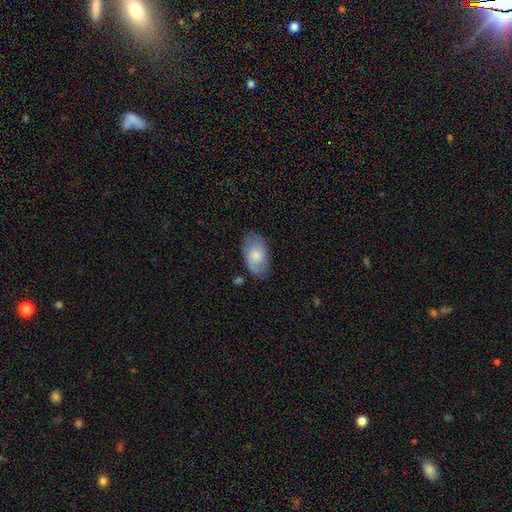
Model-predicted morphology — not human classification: A smooth galaxy with no disk features (58%) that is in between round and cigar-shaped (92%).

Vote fractions:
- Smooth or featured? smooth: 58% / featured or disk: 35% / star or artifact: 7%
- How rounded? in between: 92% / round: 7% / cigar-shaped: 2%
- Merging? none: 72% / minor disturbance: 20% / major disturbance: 6% / merger: 2%